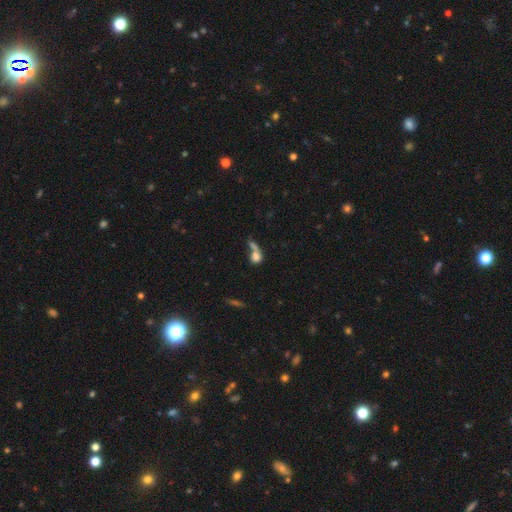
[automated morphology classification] This appears to be a smooth galaxy with no disk features (69%) that is round (51%). Merging: merger (50%).